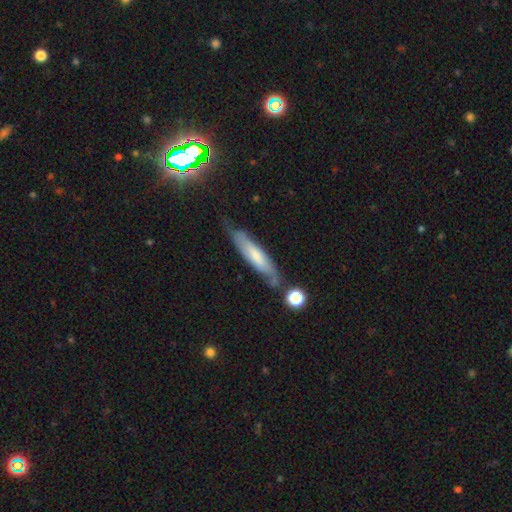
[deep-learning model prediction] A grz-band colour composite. It shows a smooth galaxy with no disk features (52%) that is cigar-shaped (80%). Merging: none (62%).